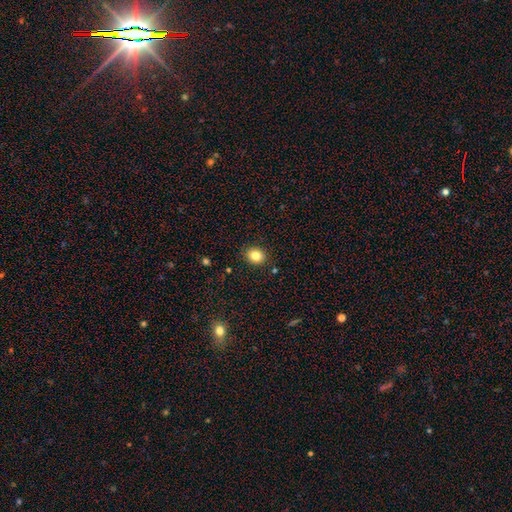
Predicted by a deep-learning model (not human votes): This appears to be a smooth galaxy with no disk features (83%) that is round (63%). Merging: none (89%).